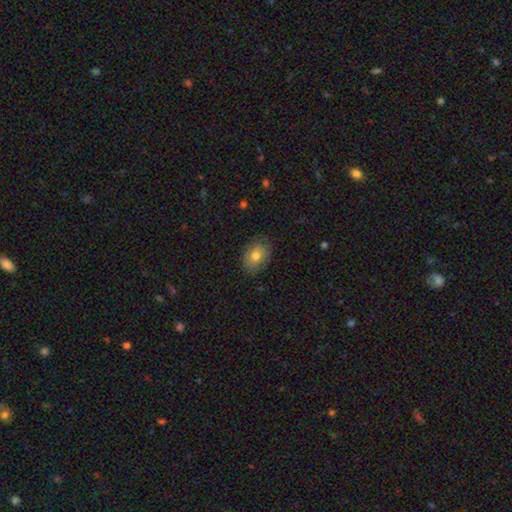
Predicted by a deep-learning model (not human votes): Smooth or featured?
  - smooth: 77% *
  - featured or disk: 14%
  - star or artifact: 9%
How rounded?
  - in between: 70% *
  - round: 29%
  - cigar-shaped: 1%
Merging?
  - none: 82% *
  - minor disturbance: 14%
  - major disturbance: 3%
  - merger: 1%